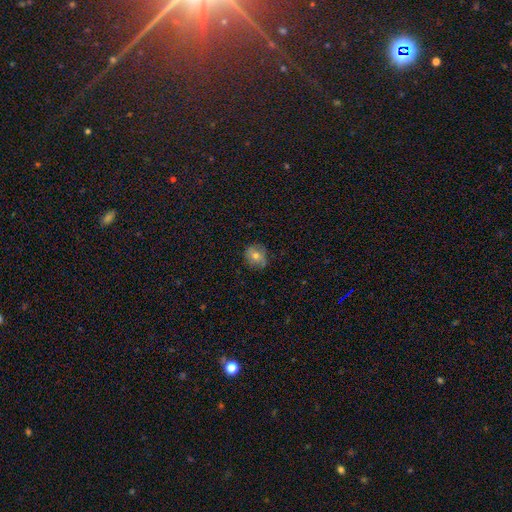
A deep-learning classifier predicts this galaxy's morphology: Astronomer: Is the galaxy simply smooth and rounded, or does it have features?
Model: smooth — 66%.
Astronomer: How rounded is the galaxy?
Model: round — 77%.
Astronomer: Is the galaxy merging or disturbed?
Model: none — 76%.